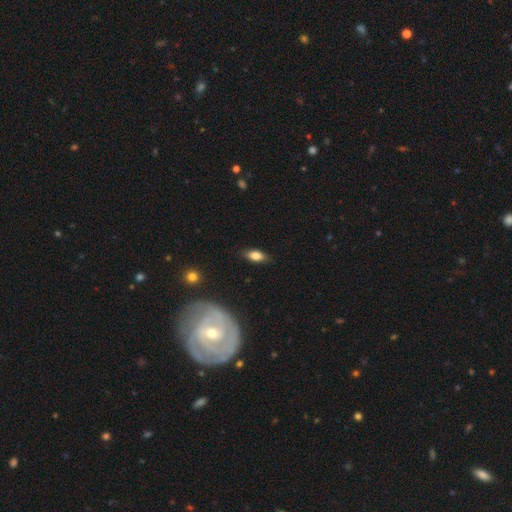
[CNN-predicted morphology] smooth-or-featured: smooth: 79% | featured or disk: 13% | star or artifact: 8%
  how-rounded: in between: 86% | cigar-shaped: 10% | round: 4%
  merging: none: 82% | minor disturbance: 14% | major disturbance: 3% | merger: 1%